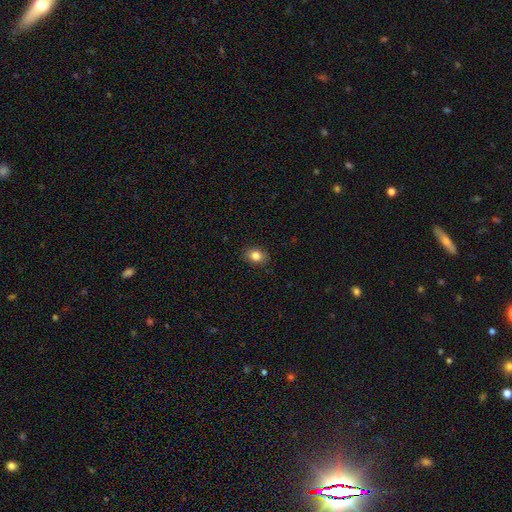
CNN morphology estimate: type=smooth (83%); roundness=in between (63%); merging=none (88%).